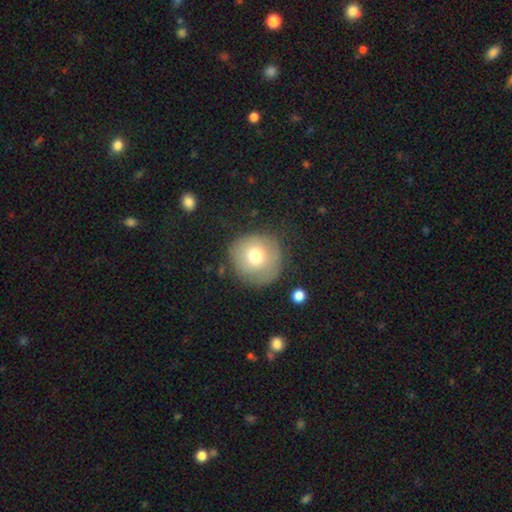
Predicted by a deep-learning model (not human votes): Overall: smooth (73%). How rounded: round (92%). Merging: none (75%).